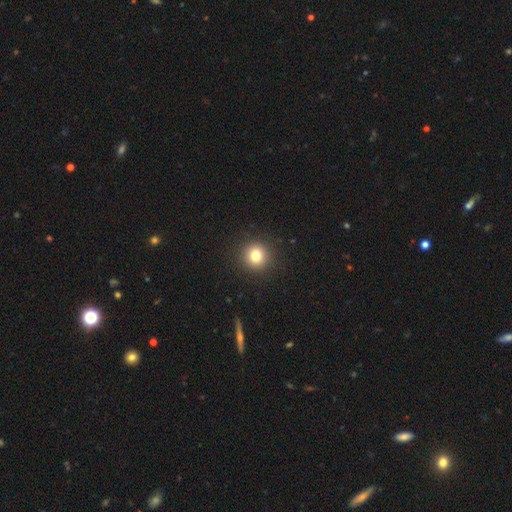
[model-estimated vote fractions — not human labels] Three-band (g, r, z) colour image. It shows a smooth galaxy with no disk features (80%) that is round (94%). Merging: none (92%).